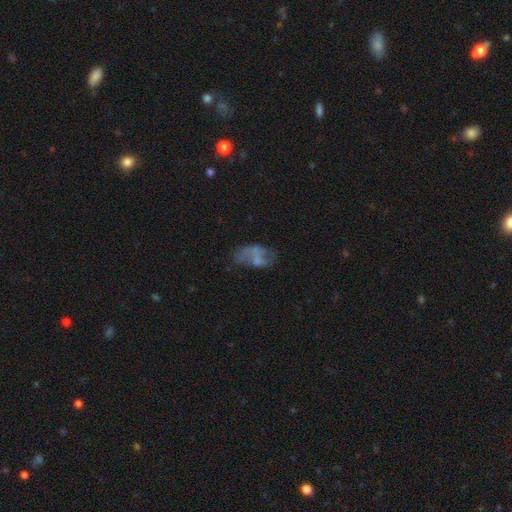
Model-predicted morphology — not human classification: A featured or disk galaxy (50%).

Vote fractions:
- Smooth or featured? featured or disk: 50% / smooth: 37% / star or artifact: 13%
- Edge-on disk? no: 97% / yes: 3%
- Merging? none: 39% / major disturbance: 27% / minor disturbance: 23% / merger: 11%